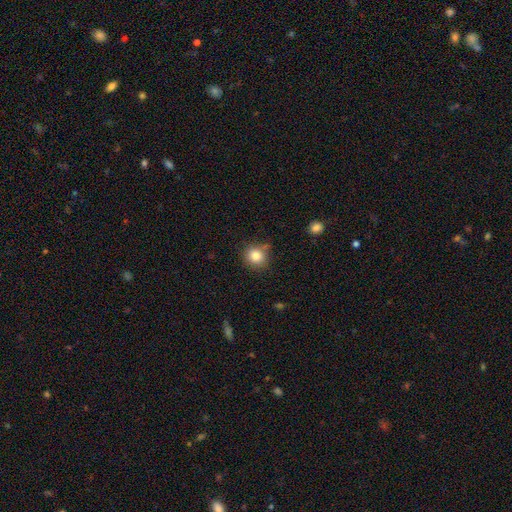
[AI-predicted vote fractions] Overall: smooth (83%). How rounded: round (88%). Merging: none (79%).